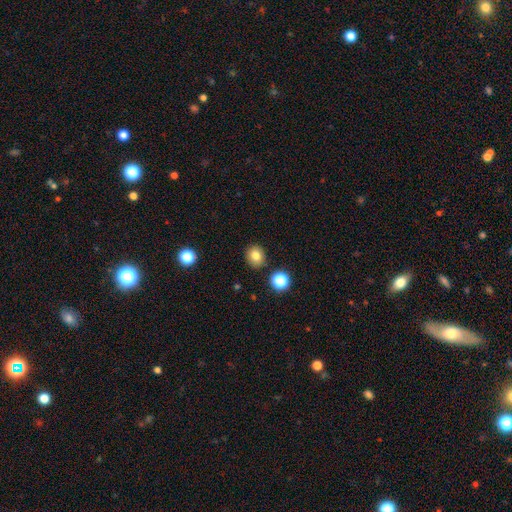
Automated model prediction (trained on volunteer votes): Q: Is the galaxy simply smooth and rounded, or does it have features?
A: smooth — 80%.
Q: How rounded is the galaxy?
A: round — 76%.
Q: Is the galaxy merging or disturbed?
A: none — 88%.